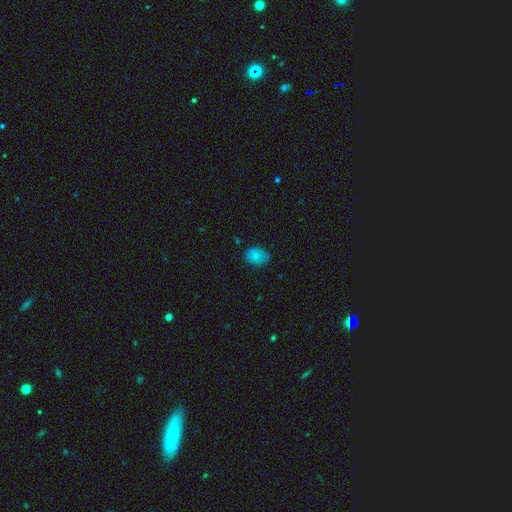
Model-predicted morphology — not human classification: smooth 82%, star or artifact 11%, featured or disk 7%. Down the decision tree: how rounded — in between (77%); merging — none (79%).